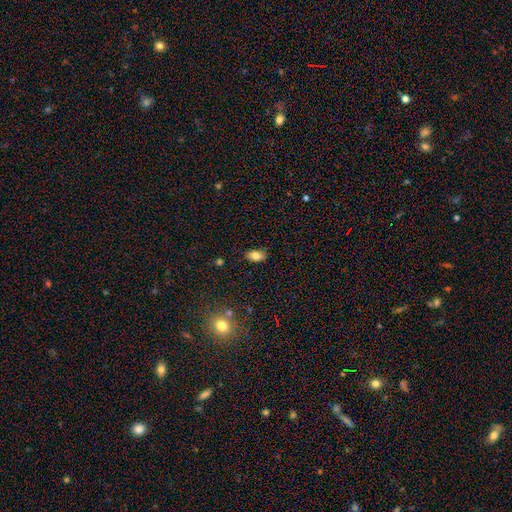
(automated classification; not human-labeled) smooth-or-featured: smooth: 82% | star or artifact: 9% | featured or disk: 9%
  how-rounded: in between: 89% | round: 9% | cigar-shaped: 2%
  merging: none: 85% | minor disturbance: 11% | major disturbance: 2% | merger: 1%